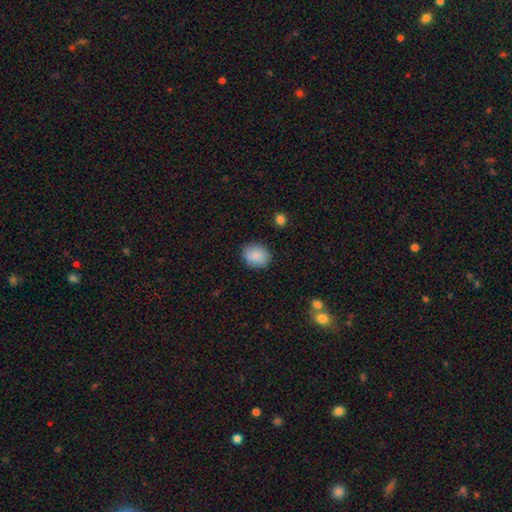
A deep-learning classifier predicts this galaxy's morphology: A smooth galaxy with no disk features (87%) that is round (66%). Merging: none (85%).